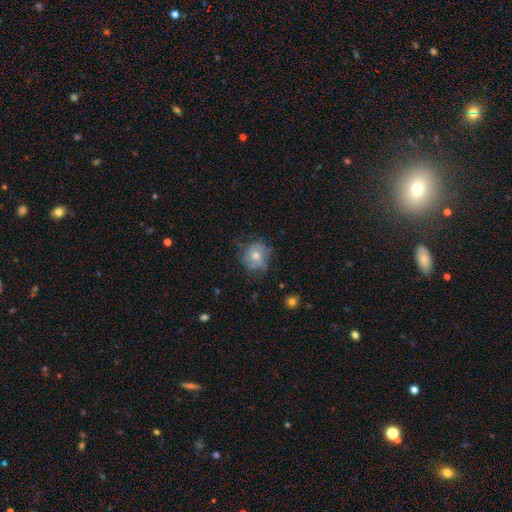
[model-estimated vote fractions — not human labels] Smooth or featured: smooth — 63% (featured or disk — 27%)
How rounded: round — 80% (in between — 19%)
Merging: none — 57% (minor disturbance — 28%)